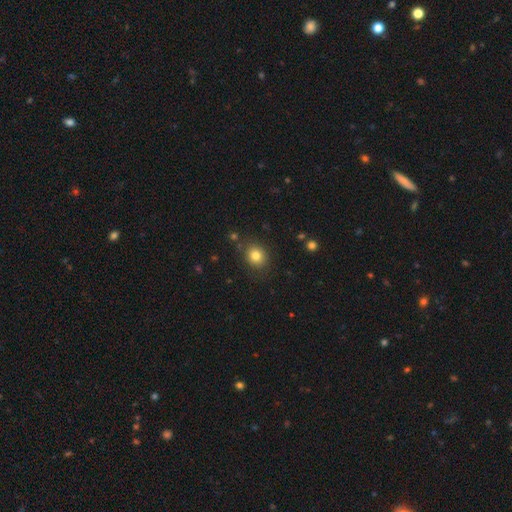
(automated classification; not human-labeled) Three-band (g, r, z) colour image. It shows a smooth galaxy with no disk features (80%) that is round (68%). Merging: none (84%).